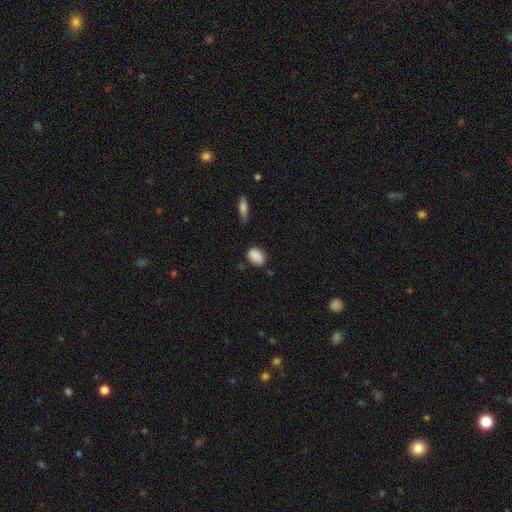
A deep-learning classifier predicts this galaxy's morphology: smooth_or_featured: smooth (p=0.88) [alt: star or artifact p=0.08]
how_rounded: in between (p=0.75) [alt: round p=0.24]
merging: none (p=0.75) [alt: minor disturbance p=0.19]